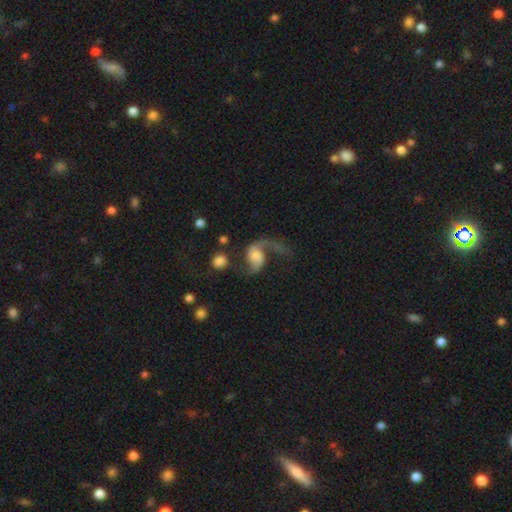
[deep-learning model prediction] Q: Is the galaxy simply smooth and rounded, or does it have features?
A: featured or disk — 76%.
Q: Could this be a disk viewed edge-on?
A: no — 97%.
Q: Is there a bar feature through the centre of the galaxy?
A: no — 58%.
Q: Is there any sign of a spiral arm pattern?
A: yes — 93%.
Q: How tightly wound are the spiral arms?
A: loose — 81%.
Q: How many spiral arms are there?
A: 2 — 70%.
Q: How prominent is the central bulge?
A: moderate — 36%.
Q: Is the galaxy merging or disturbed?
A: none — 38%.